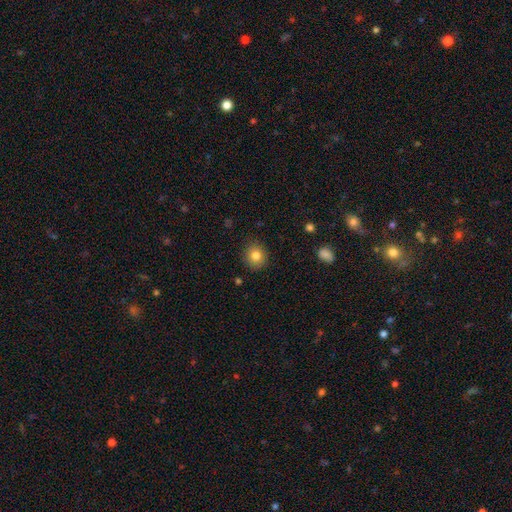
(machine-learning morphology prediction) Smooth or featured: smooth — 82% (star or artifact — 10%)
How rounded: round — 85% (in between — 14%)
Merging: none — 89% (minor disturbance — 8%)